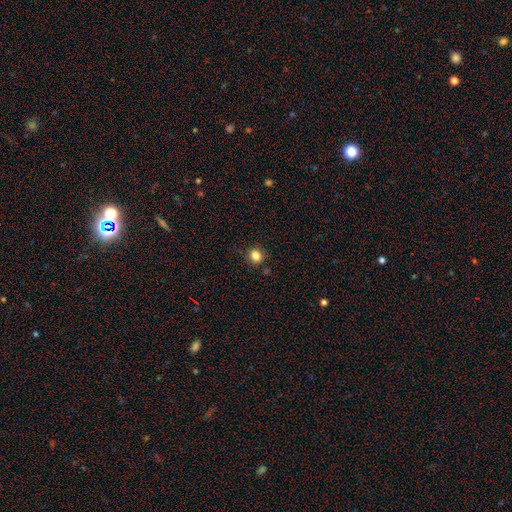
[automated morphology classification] smooth_or_featured: smooth (p=0.83) [alt: star or artifact p=0.12]
how_rounded: round (p=0.84) [alt: in between p=0.15]
merging: none (p=0.86) [alt: minor disturbance p=0.09]